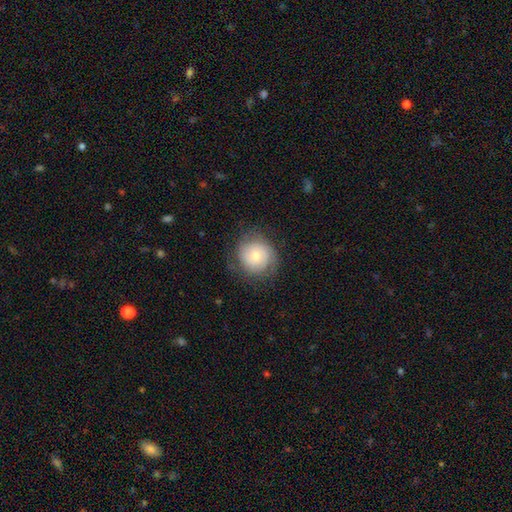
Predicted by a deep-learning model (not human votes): This is possibly a smooth galaxy (52%). How rounded: clearly round (87%). Merging: likely none (72%).